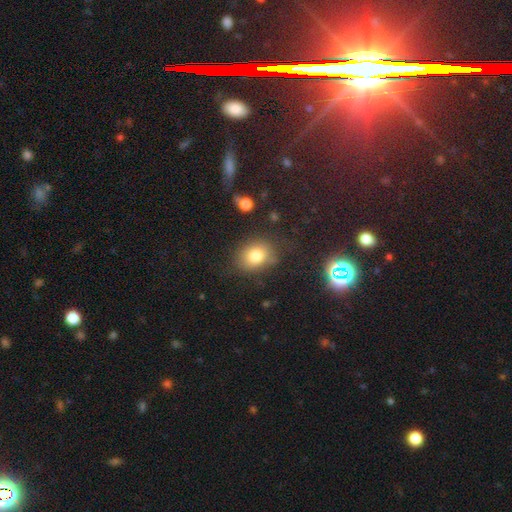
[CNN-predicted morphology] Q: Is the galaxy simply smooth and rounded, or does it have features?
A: smooth — 79%.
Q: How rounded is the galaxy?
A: in between — 55%.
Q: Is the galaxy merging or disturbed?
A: none — 76%.